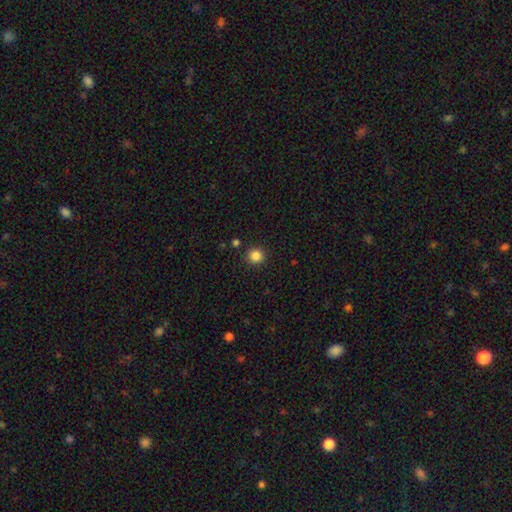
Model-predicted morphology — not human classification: A smooth galaxy with no disk features (85%) that is round (94%). Merging: none (91%).